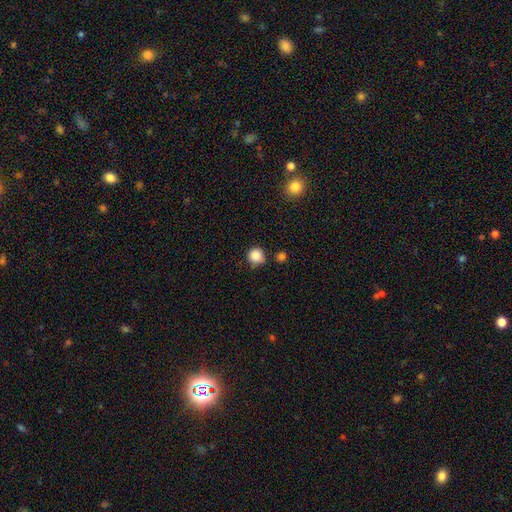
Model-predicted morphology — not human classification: smooth_or_featured: smooth (p=0.87) [alt: star or artifact p=0.10]
how_rounded: round (p=0.92) [alt: in between p=0.07]
merging: none (p=0.75) [alt: minor disturbance p=0.15]